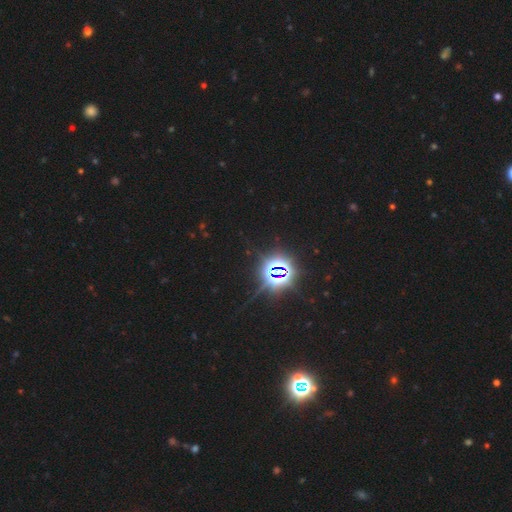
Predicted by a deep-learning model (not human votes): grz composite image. It shows a star or artifact, not a galaxy (82%).